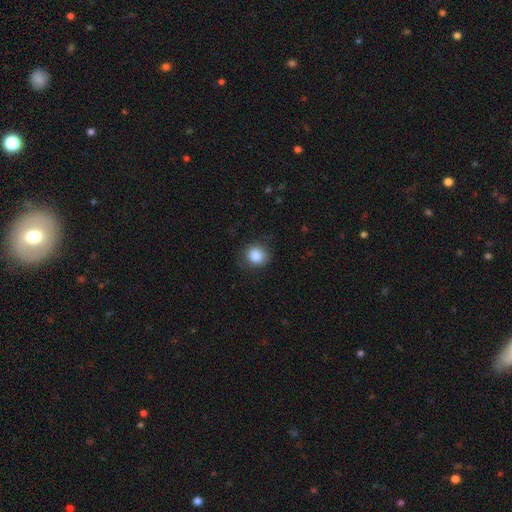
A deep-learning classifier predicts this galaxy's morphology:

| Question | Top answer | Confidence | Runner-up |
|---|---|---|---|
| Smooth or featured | smooth | 87% | star or artifact (9%) |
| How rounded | round | 83% | in between (17%) |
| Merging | none | 84% | minor disturbance (12%) |